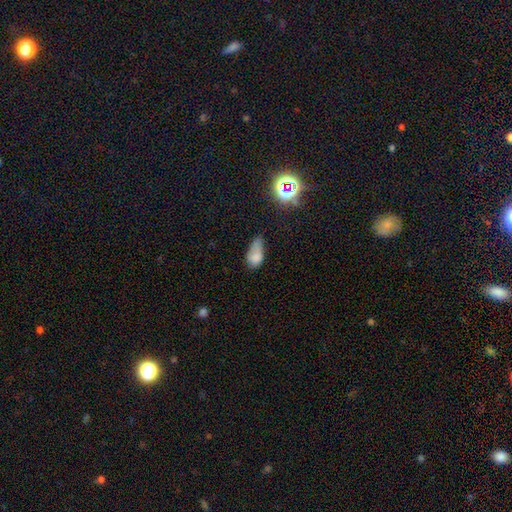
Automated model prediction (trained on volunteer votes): smooth-or-featured: smooth: 73% | featured or disk: 14% | star or artifact: 13%
  how-rounded: in between: 85% | round: 9% | cigar-shaped: 6%
  merging: minor disturbance: 38% | major disturbance: 31% | none: 22% | merger: 9%